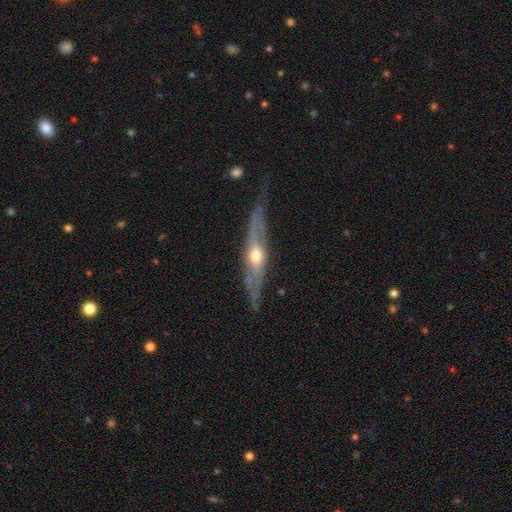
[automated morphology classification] This appears to be a featured or disk galaxy (72%) viewed edge-on (75%) with a rounded central bulge (85%). Merging: none (70%).